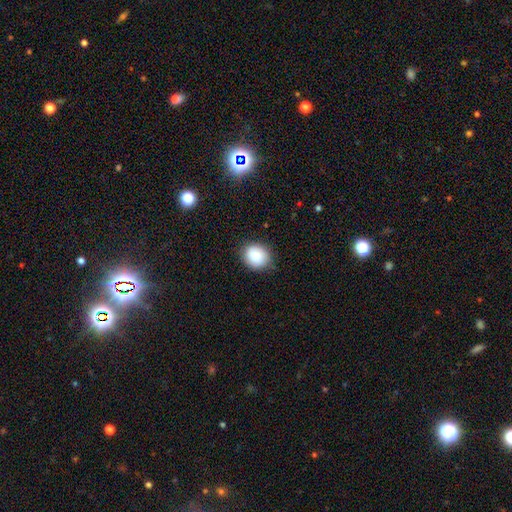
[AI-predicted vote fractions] Overall: smooth (88%). How rounded: round (63%; in between 36%). Merging: none (85%).